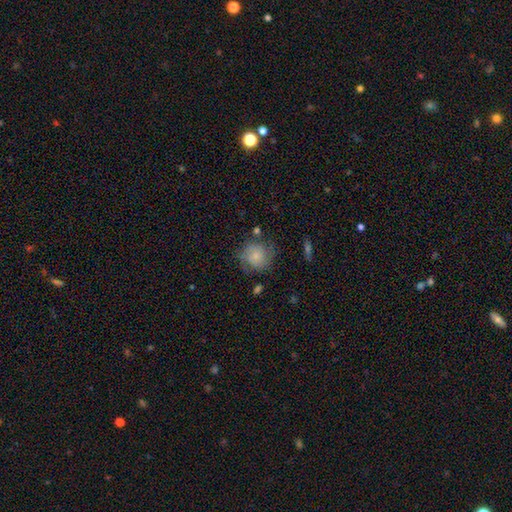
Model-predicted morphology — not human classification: A smooth galaxy with no disk features (64%) that is round (86%).

Vote fractions:
- Smooth or featured? smooth: 64% / featured or disk: 28% / star or artifact: 8%
- How rounded? round: 86% / in between: 13% / cigar-shaped: 1%
- Merging? none: 63% / minor disturbance: 24% / major disturbance: 10% / merger: 3%